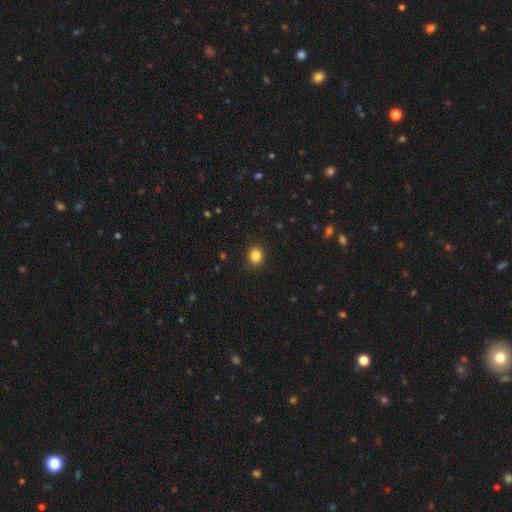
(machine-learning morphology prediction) Overall: smooth (85%). How rounded: round (77%). Merging: none (90%).